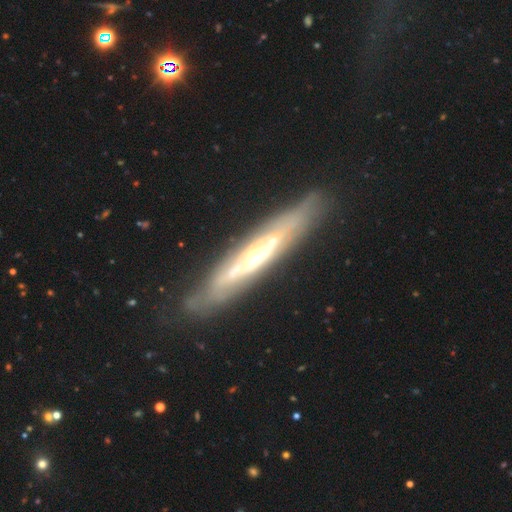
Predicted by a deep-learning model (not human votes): Morphology: type=featured or disk (81%); edge-on=yes (67%); edge-on bulge=rounded (70%); merging=none (79%).